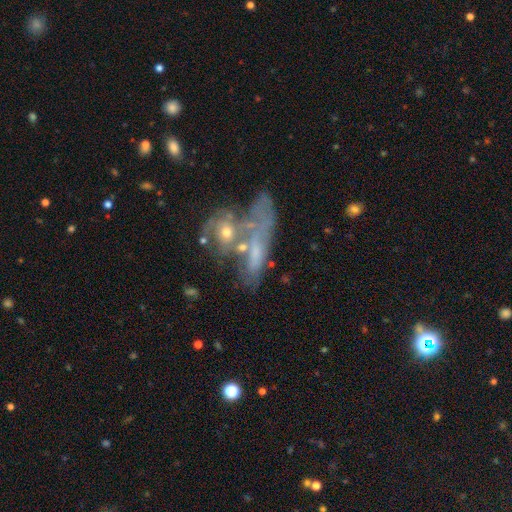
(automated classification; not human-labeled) The model was most divided on "smooth or featured": featured or disk: 55%, smooth: 34%, star or artifact: 10%. Remaining: edge-on disk — no (76%); merging — merger (47%).